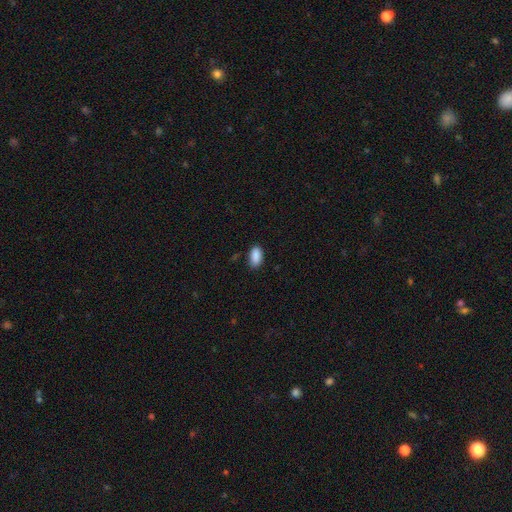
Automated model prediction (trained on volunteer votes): A smooth galaxy with no disk features (90%) that is in between round and cigar-shaped (93%).

Vote fractions:
- Smooth or featured? smooth: 90% / star or artifact: 7% / featured or disk: 3%
- How rounded? in between: 93% / cigar-shaped: 4% / round: 4%
- Merging? none: 83% / minor disturbance: 13% / major disturbance: 2% / merger: 1%